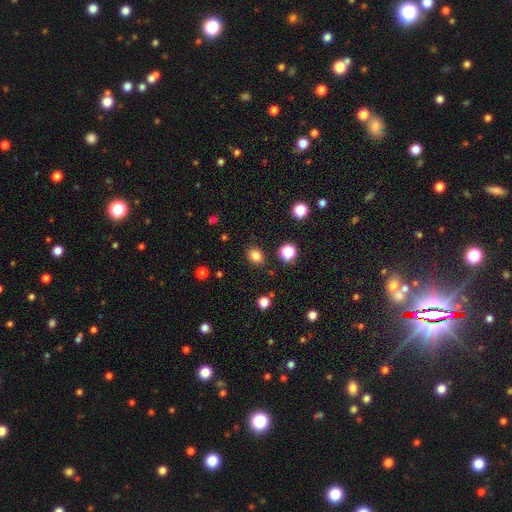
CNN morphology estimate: smooth_or_featured: smooth (p=0.82) [alt: star or artifact p=0.13]
how_rounded: in between (p=0.51) [alt: round p=0.48]
merging: none (p=0.86) [alt: minor disturbance p=0.09]